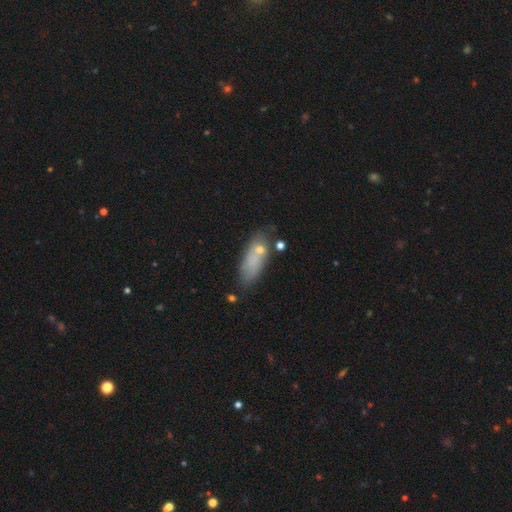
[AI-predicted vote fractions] A smooth galaxy with no disk features (71%) that is in between round and cigar-shaped (67%). Merging: none (62%).